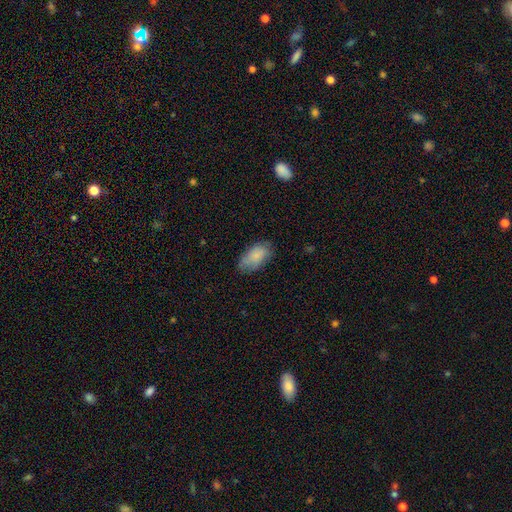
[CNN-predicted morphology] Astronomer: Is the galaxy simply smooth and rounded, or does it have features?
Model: smooth — 83%.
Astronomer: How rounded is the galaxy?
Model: in between — 94%.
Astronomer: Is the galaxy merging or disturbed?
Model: none — 69%.